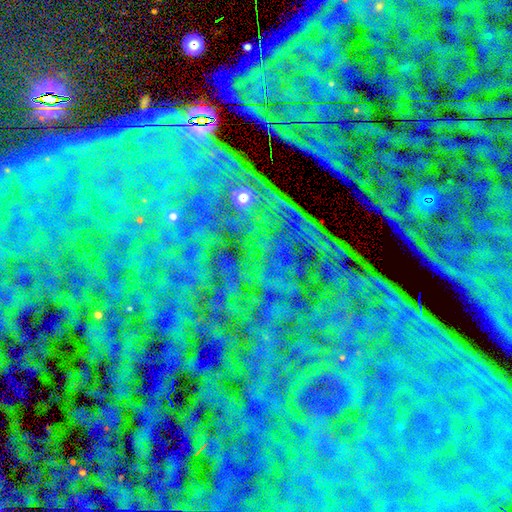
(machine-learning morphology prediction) Overall: star or artifact (86%).